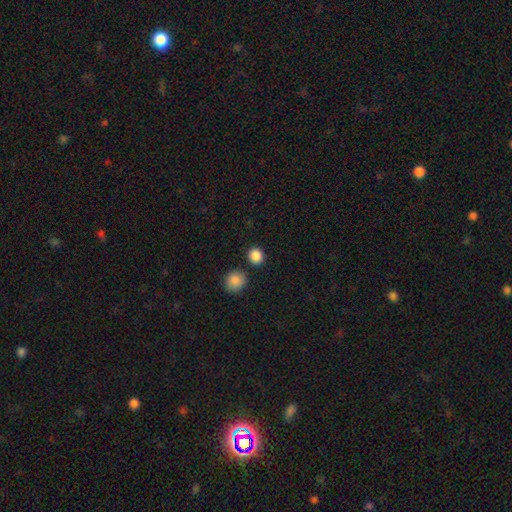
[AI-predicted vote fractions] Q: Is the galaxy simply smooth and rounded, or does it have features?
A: smooth — 87%.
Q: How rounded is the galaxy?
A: round — 82%.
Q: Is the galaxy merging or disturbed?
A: none — 83%.